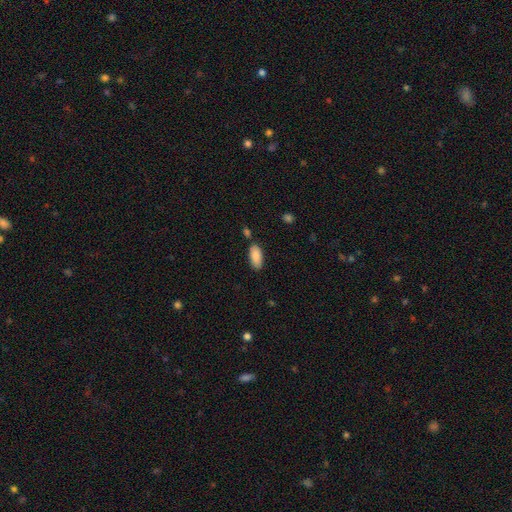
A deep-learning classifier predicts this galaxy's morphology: smooth-or-featured: smooth: 88% | star or artifact: 6% | featured or disk: 6%
  how-rounded: in between: 89% | cigar-shaped: 9% | round: 2%
  merging: none: 78% | minor disturbance: 13% | merger: 6% | major disturbance: 3%